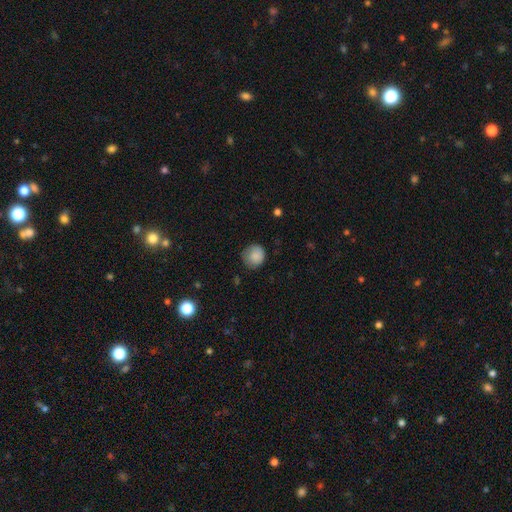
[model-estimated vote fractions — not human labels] smooth 86%, star or artifact 8%, featured or disk 6%. Down the decision tree: how rounded — round (86%); merging — none (72%).